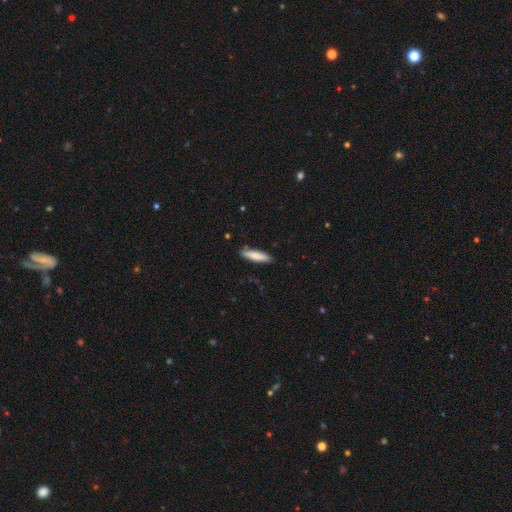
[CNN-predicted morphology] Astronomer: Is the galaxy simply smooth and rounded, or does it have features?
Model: smooth — 83%.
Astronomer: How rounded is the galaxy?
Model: cigar-shaped — 78%.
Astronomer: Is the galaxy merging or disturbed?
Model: none — 88%.